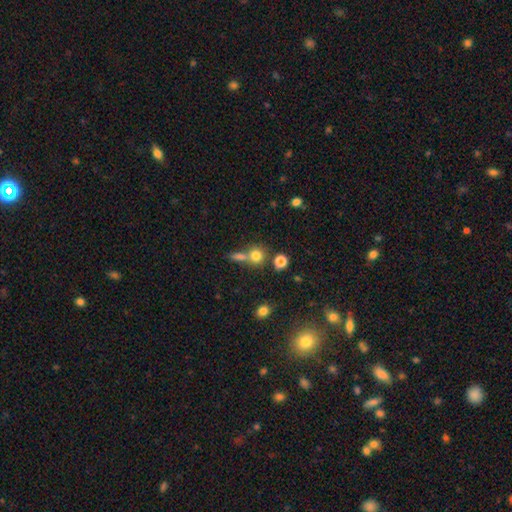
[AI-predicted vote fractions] Smooth or featured: smooth — 77% (star or artifact — 14%)
How rounded: round — 86% (in between — 12%)
Merging: none — 52% (merger — 35%)